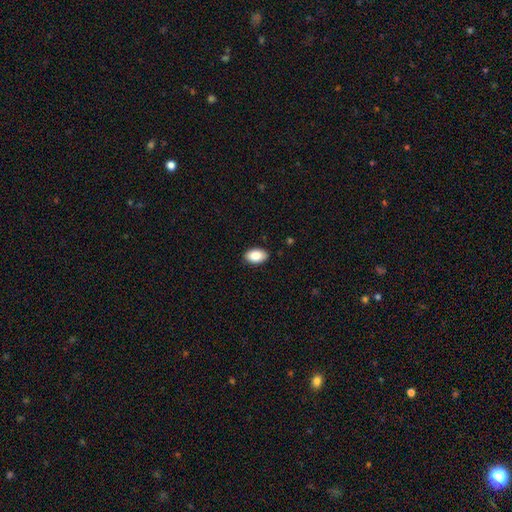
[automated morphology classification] Q: Smooth or featured?
A: smooth (87%); runner-up: star or artifact (7%)
Q: How rounded?
A: in between (91%); runner-up: round (8%)
Q: Merging?
A: none (89%); runner-up: minor disturbance (9%)